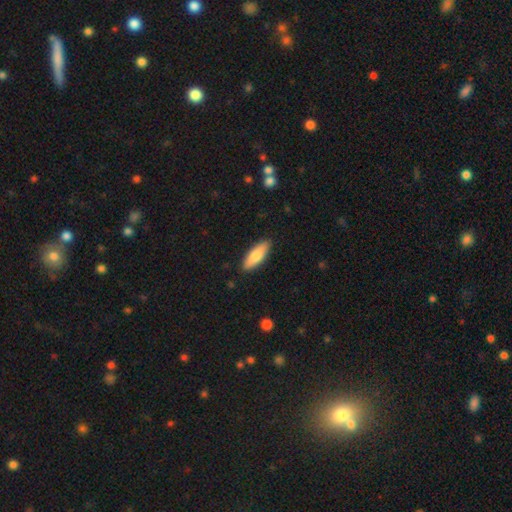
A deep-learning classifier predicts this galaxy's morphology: Smooth or featured? Predicted: smooth (p=0.78). How rounded? Predicted: in between (p=0.57). Merging? Predicted: none (p=0.89).